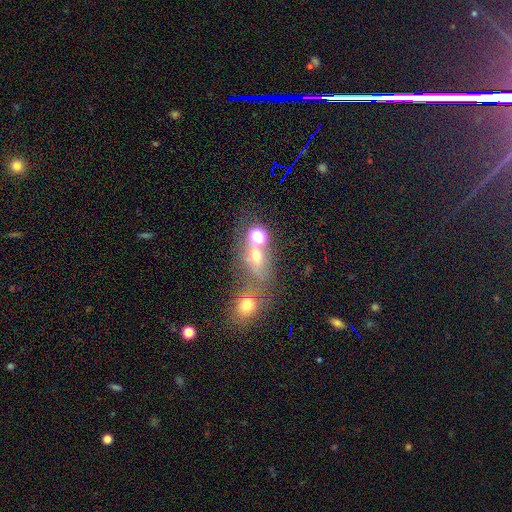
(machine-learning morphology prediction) smooth-or-featured: smooth: 56% | star or artifact: 27% | featured or disk: 17%
  how-rounded: round: 51% | in between: 47% | cigar-shaped: 3%
  merging: merger: 44% | none: 37% | minor disturbance: 10% | major disturbance: 9%